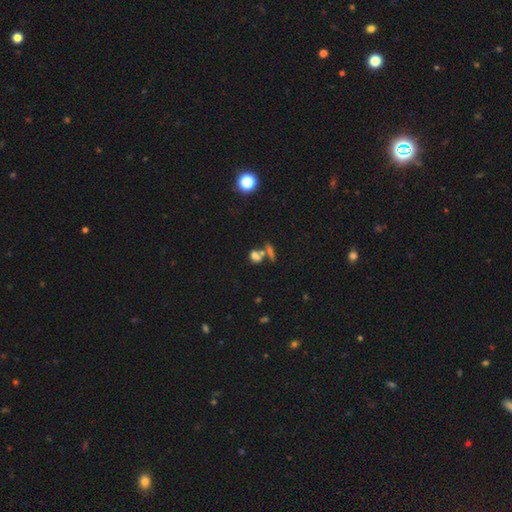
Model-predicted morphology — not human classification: Smooth or featured? Predicted: smooth (p=0.66). How rounded? Predicted: in between (p=0.52). Merging? Predicted: merger (p=0.48).